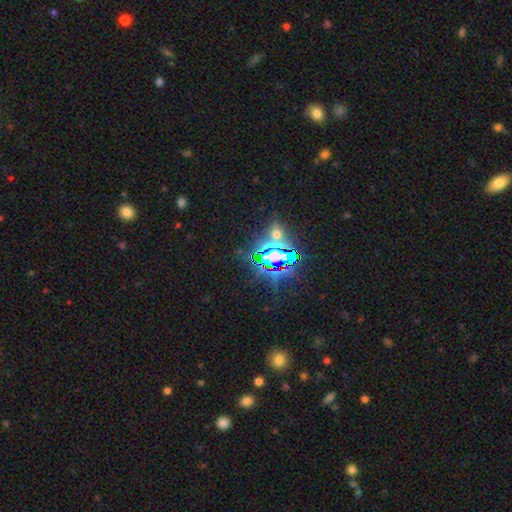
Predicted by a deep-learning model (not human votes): Morphology: type=star or artifact (80%).